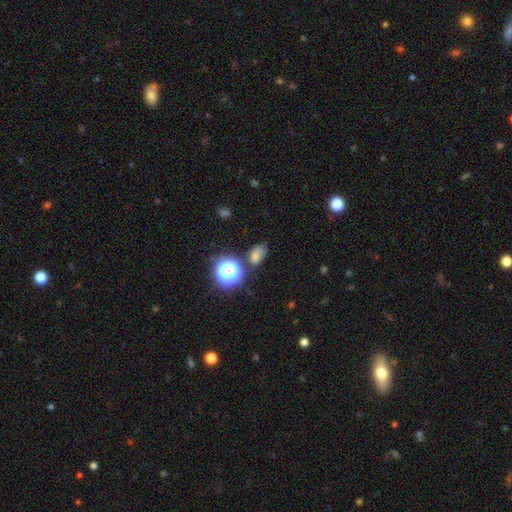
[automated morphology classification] The model was most divided on "how rounded": in between: 68%, round: 30%, cigar-shaped: 2%. More confident: smooth or featured — smooth (67%); merging — none (60%).